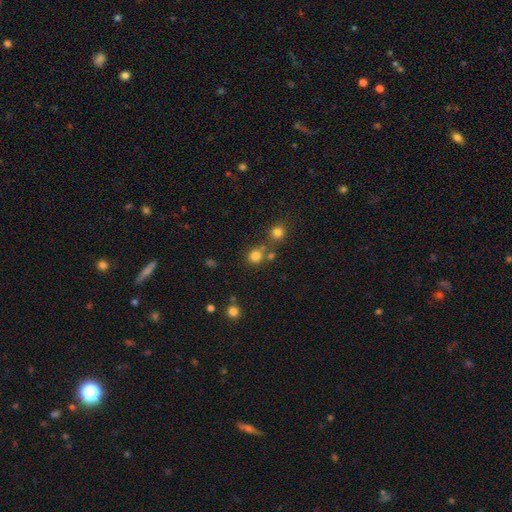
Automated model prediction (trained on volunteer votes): smooth_or_featured: smooth (p=0.79) [alt: star or artifact p=0.15]
how_rounded: round (p=0.88) [alt: in between p=0.11]
merging: none (p=0.69) [alt: merger p=0.19]